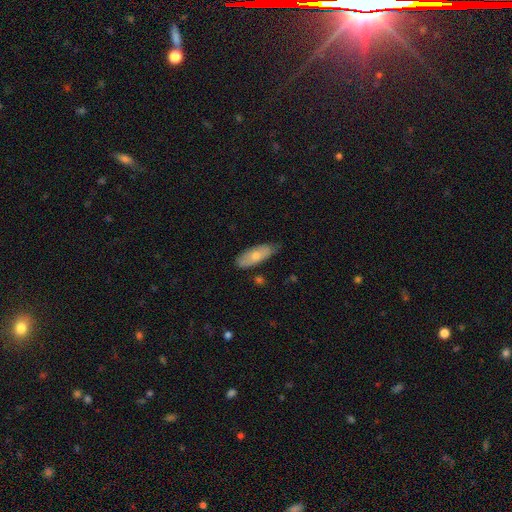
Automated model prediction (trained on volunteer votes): This is likely a smooth galaxy (72%). How rounded: likely in between (69%). Merging: likely none (70%).